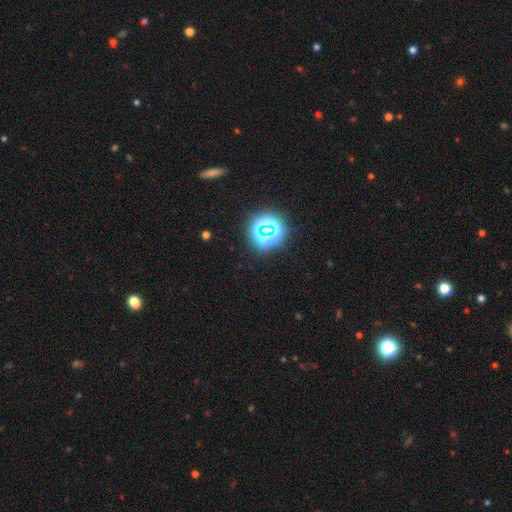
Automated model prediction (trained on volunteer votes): smooth-or-featured: star or artifact: 76% | smooth: 17% | featured or disk: 6%